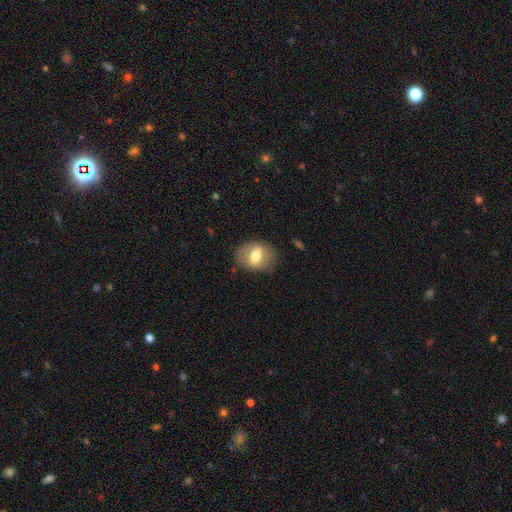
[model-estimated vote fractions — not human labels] smooth 59%, featured or disk 34%, star or artifact 7%. Down the decision tree: how rounded — in between (64%); merging — none (80%).